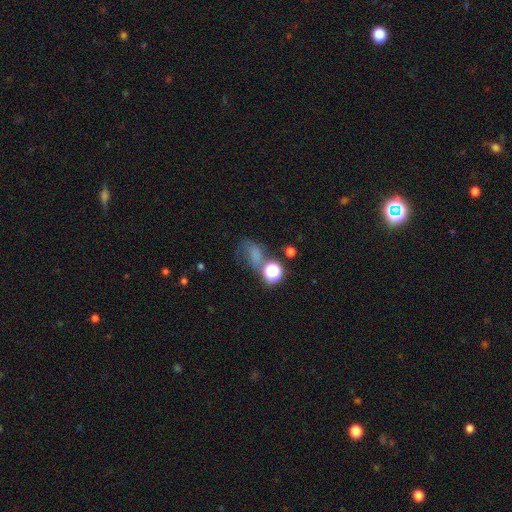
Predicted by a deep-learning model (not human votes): Q: Smooth or featured?
A: smooth (59%); runner-up: star or artifact (25%)
Q: How rounded?
A: in between (57%); runner-up: round (40%)
Q: Merging?
A: none (36%); runner-up: major disturbance (27%)